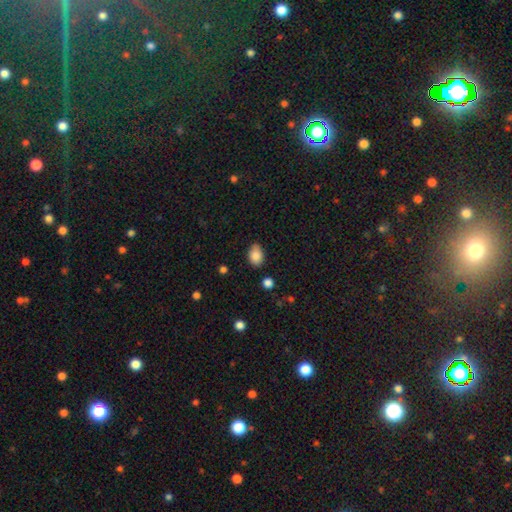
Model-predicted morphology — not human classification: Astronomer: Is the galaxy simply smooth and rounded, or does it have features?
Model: smooth — 86%.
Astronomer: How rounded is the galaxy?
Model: in between — 81%.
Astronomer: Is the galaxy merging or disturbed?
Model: none — 77%.